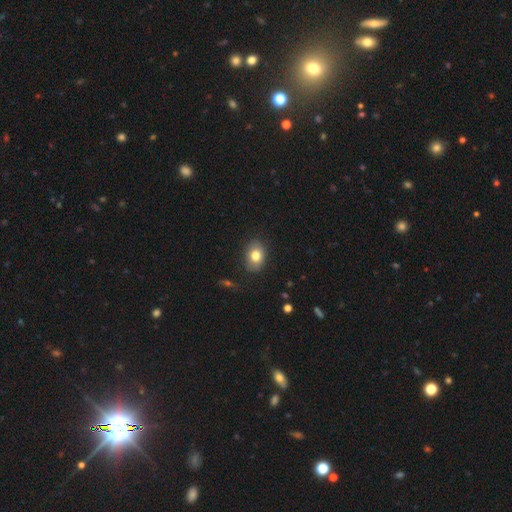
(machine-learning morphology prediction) This appears to be a smooth galaxy with no disk features (78%) that is in between round and cigar-shaped (74%). Merging: none (84%).